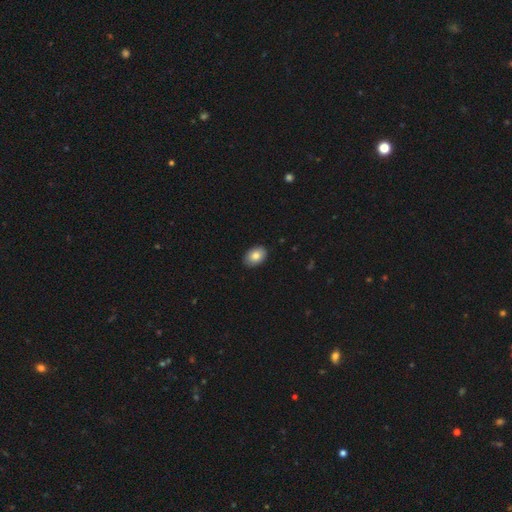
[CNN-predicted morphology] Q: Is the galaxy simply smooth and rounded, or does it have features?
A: smooth — 83%.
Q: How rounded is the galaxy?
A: in between — 83%.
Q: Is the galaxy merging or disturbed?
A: none — 89%.